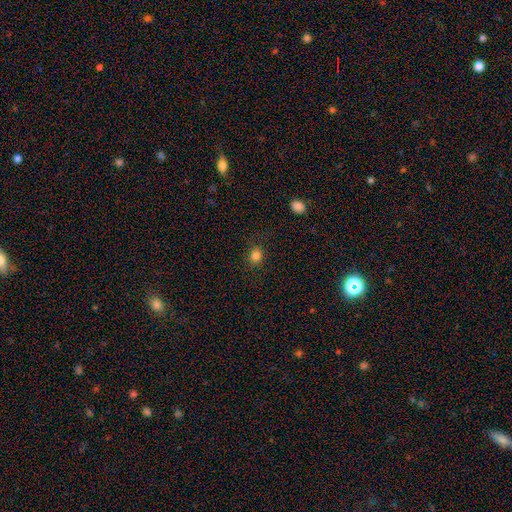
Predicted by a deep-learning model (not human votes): This is clearly a smooth galaxy (83%). How rounded: likely round (74%). Merging: clearly none (85%).